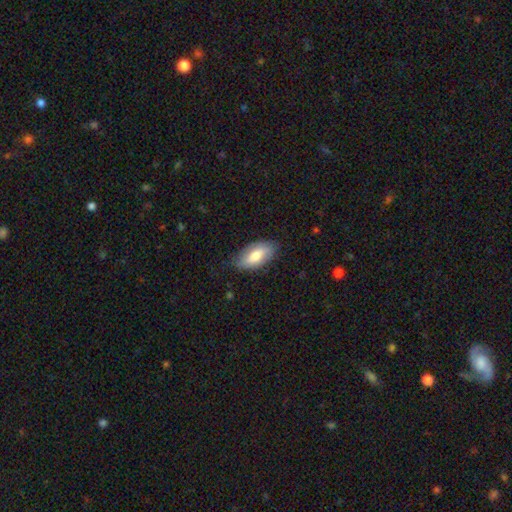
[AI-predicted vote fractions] Smooth or featured? Predicted: smooth (p=0.68). How rounded? Predicted: in between (p=0.91). Merging? Predicted: none (p=0.77).